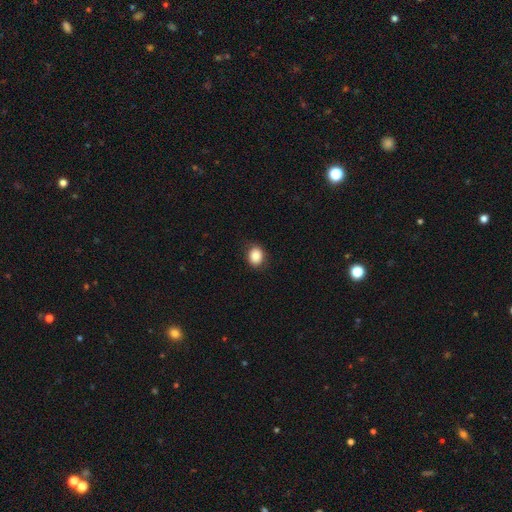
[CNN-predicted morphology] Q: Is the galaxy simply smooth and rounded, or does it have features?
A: smooth — 85%.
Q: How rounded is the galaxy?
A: round — 56%.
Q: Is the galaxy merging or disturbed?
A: none — 84%.